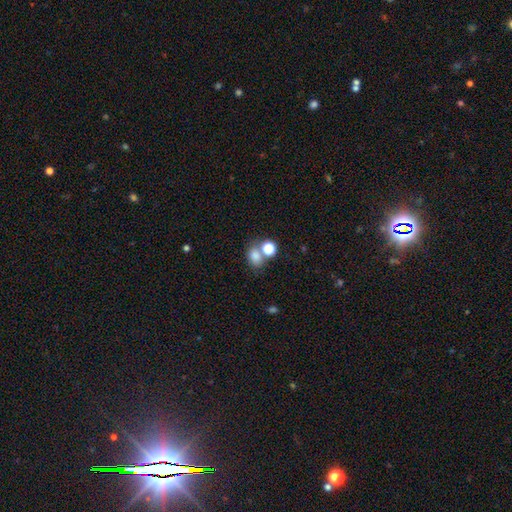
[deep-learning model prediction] Smooth or featured?
  - smooth: 78% *
  - star or artifact: 14%
  - featured or disk: 8%
How rounded?
  - in between: 54% *
  - round: 44%
  - cigar-shaped: 1%
Merging?
  - none: 48% *
  - merger: 36%
  - minor disturbance: 10%
  - major disturbance: 5%